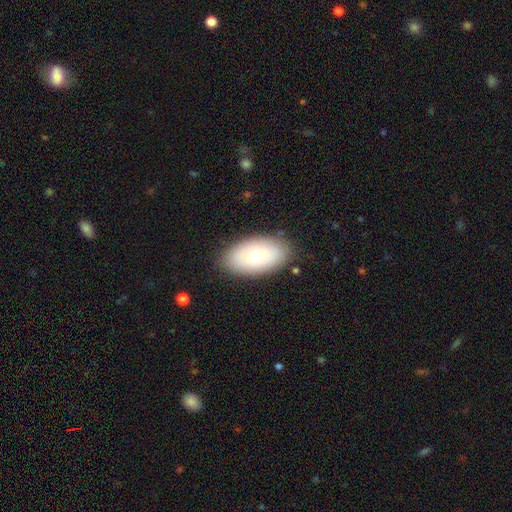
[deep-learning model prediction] A smooth galaxy with no disk features (68%) that is in between round and cigar-shaped (93%).

Vote fractions:
- Smooth or featured? smooth: 68% / featured or disk: 24% / star or artifact: 7%
- How rounded? in between: 93% / round: 5% / cigar-shaped: 2%
- Merging? none: 84% / minor disturbance: 12% / major disturbance: 3% / merger: 1%